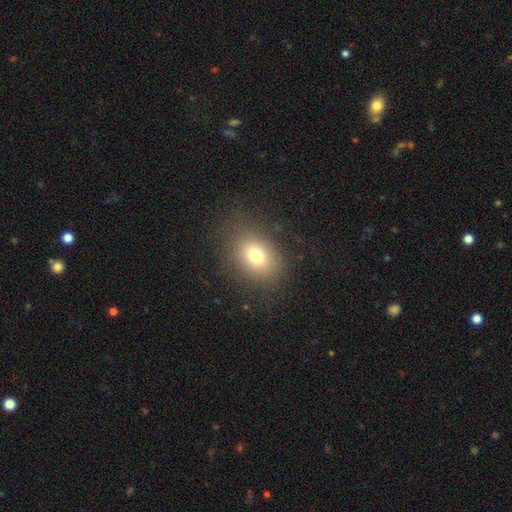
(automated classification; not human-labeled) smooth_or_featured: smooth (p=0.73) [alt: star or artifact p=0.15]
how_rounded: in between (p=0.55) [alt: round p=0.44]
merging: none (p=0.79) [alt: minor disturbance p=0.12]